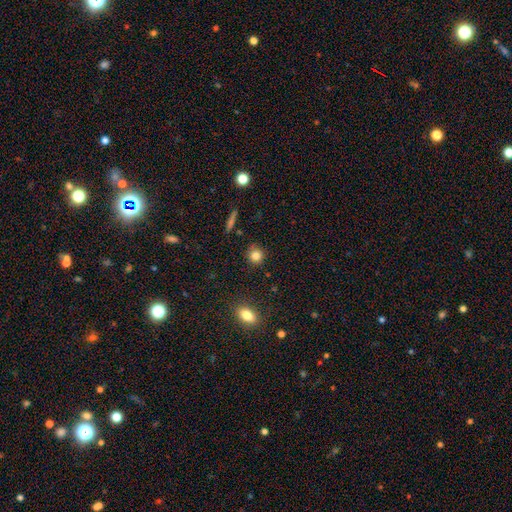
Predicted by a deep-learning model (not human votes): Smooth or featured: smooth — 82% (star or artifact — 11%)
How rounded: round — 88% (in between — 11%)
Merging: none — 84% (minor disturbance — 11%)